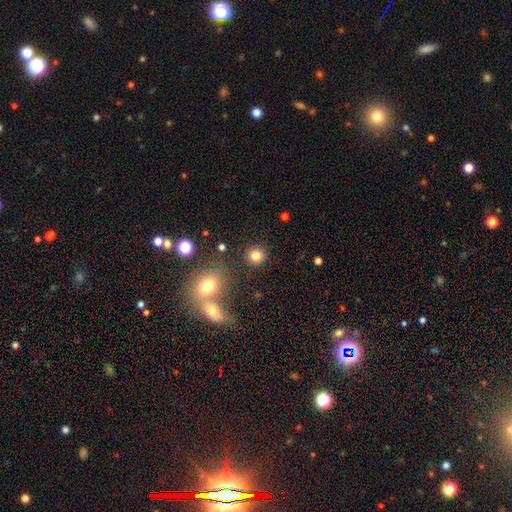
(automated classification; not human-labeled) Smooth or featured? Predicted: smooth (p=0.81). How rounded? Predicted: round (p=0.91). Merging? Predicted: none (p=0.86).